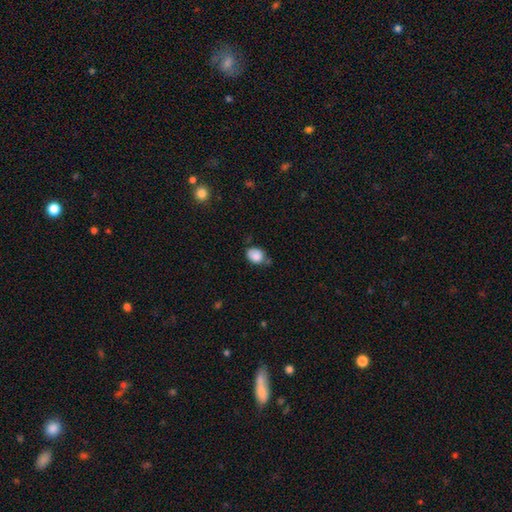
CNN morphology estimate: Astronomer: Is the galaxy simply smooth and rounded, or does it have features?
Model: smooth — 86%.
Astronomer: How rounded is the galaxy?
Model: in between — 63%.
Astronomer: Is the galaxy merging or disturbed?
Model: none — 53% (runner-up: minor disturbance, 34%).